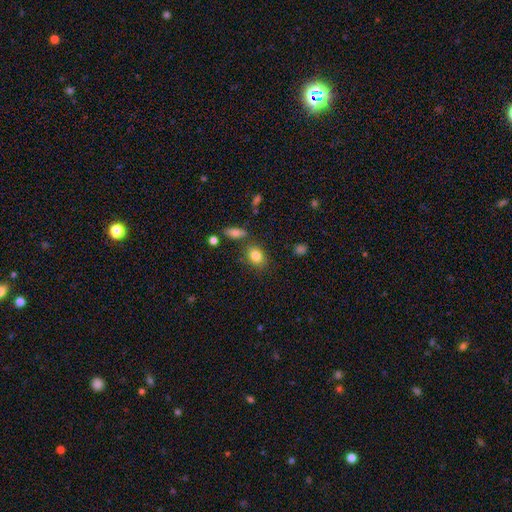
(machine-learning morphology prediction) smooth-or-featured: smooth: 83% | star or artifact: 9% | featured or disk: 8%
  how-rounded: in between: 64% | round: 34% | cigar-shaped: 2%
  merging: none: 76% | minor disturbance: 13% | merger: 7% | major disturbance: 4%